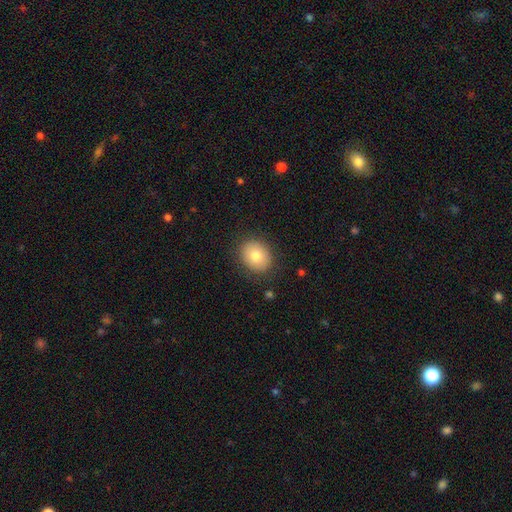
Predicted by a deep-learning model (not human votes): The model was most divided on "how rounded": round: 59%, in between: 40%, cigar-shaped: 1%. More confident: merging — none (86%); smooth or featured — smooth (79%).